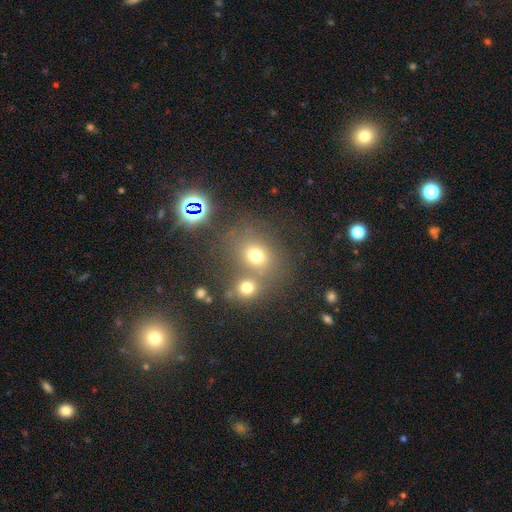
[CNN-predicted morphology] A smooth galaxy with no disk features (68%) that is round (65%). Merging: none (50%).